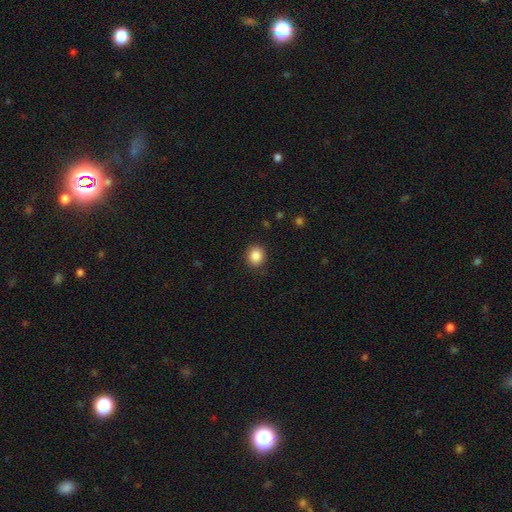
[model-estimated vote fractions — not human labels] smooth_or_featured: smooth (p=0.87) [alt: star or artifact p=0.09]
how_rounded: round (p=0.81) [alt: in between p=0.18]
merging: none (p=0.89) [alt: minor disturbance p=0.07]